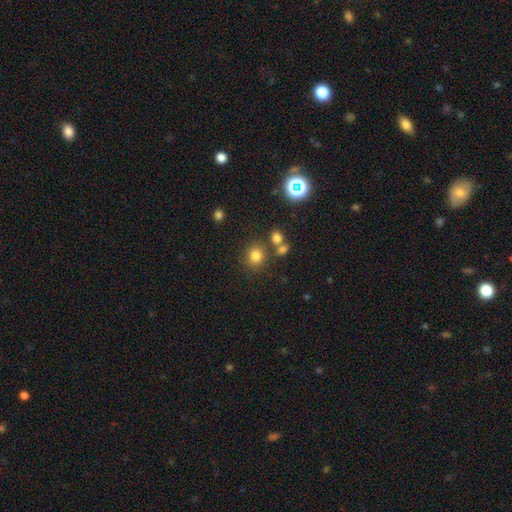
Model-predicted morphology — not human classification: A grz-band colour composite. It shows a smooth galaxy with no disk features (78%) that is round (82%). Merging: none (74%).